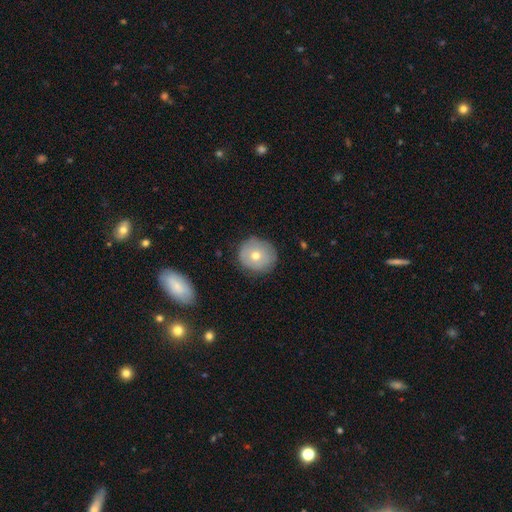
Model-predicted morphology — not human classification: smooth 65%, featured or disk 26%, star or artifact 9%. Down the decision tree: how rounded — round (88%); merging — none (85%).